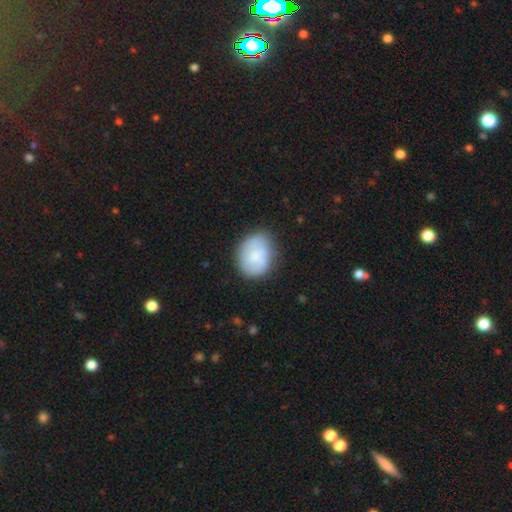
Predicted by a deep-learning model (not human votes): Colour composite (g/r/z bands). It shows a smooth galaxy with no disk features (72%) that is in between round and cigar-shaped (51%). Merging: none (66%).